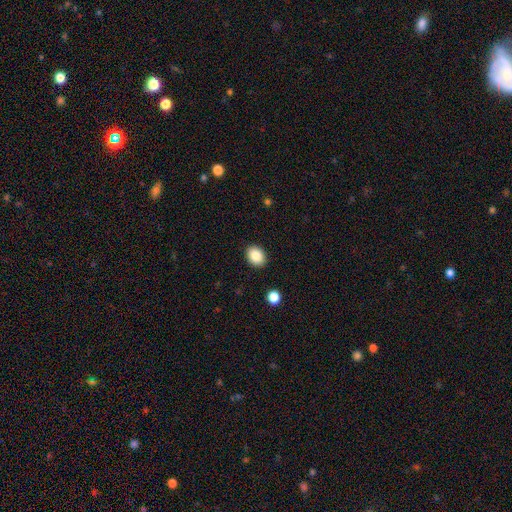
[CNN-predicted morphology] smooth 85%, star or artifact 9%, featured or disk 6%. Down the decision tree: how rounded — in between (57%); merging — none (90%).